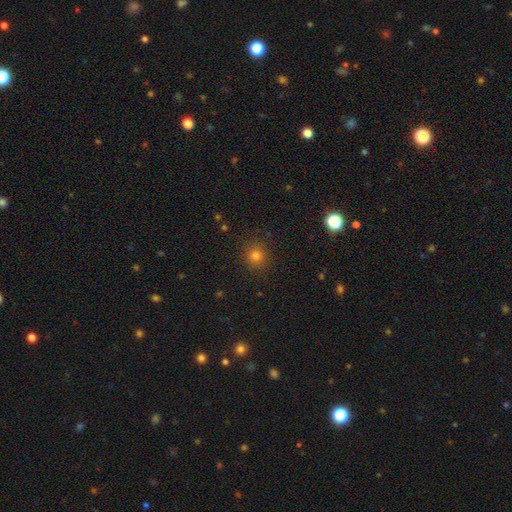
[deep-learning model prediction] This appears to be a smooth galaxy with no disk features (78%) that is round (89%). Merging: none (89%).